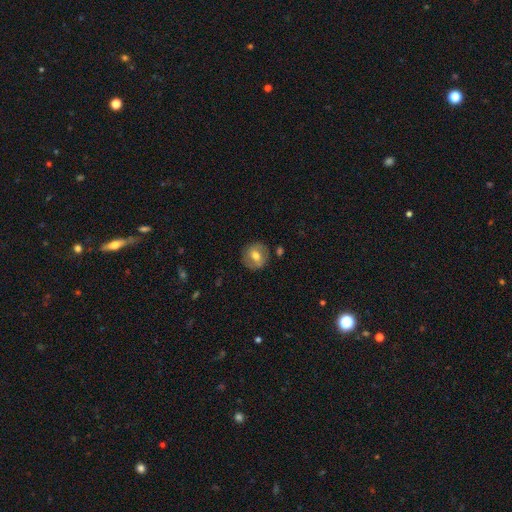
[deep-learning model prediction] Morphology: type=smooth (55%); roundness=round (85%); merging=none (83%).